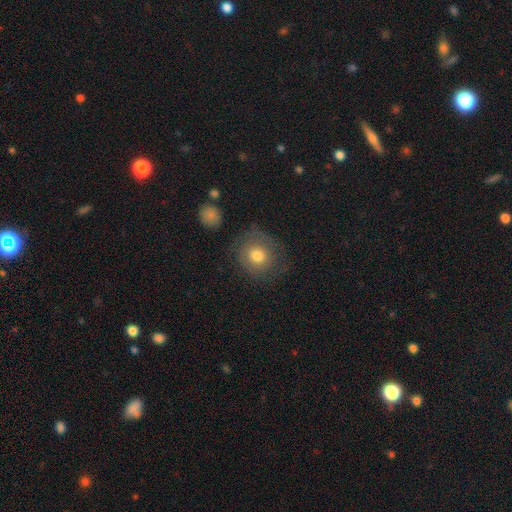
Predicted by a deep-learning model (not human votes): Smooth or featured?
  - smooth: 60% *
  - featured or disk: 27%
  - star or artifact: 13%
How rounded?
  - round: 86% *
  - in between: 13%
  - cigar-shaped: 1%
Merging?
  - none: 74% *
  - minor disturbance: 16%
  - major disturbance: 9%
  - merger: 2%